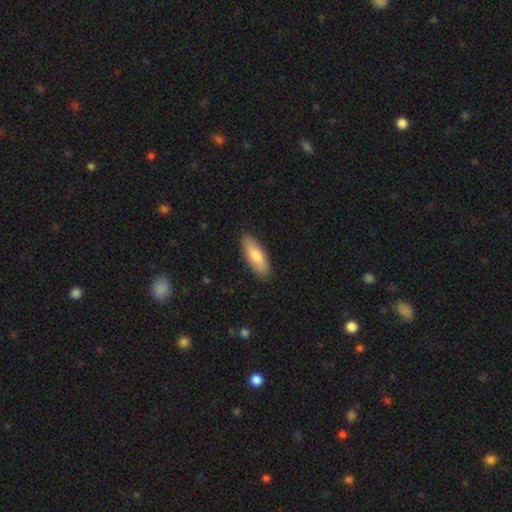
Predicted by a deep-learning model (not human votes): A smooth galaxy with no disk features (77%) that is in between round and cigar-shaped (66%). Merging: none (88%).